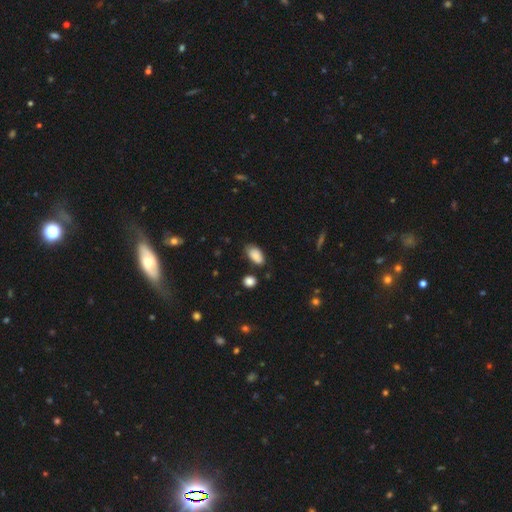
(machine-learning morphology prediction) Smooth or featured? smooth (83%)
How rounded? in between (93%)
Merging? none (63%)